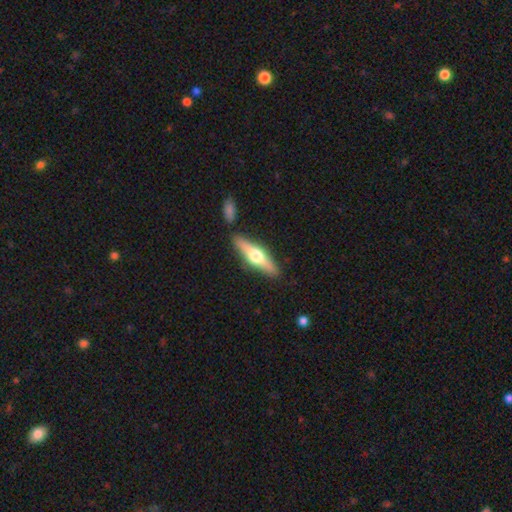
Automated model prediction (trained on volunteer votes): Q: Smooth or featured?
A: featured or disk (57%); runner-up: smooth (38%)
Q: Edge-on disk?
A: yes (92%); runner-up: no (8%)
Q: Edge-on bulge?
A: rounded (95%); runner-up: boxy (3%)
Q: Merging?
A: none (83%); runner-up: minor disturbance (9%)